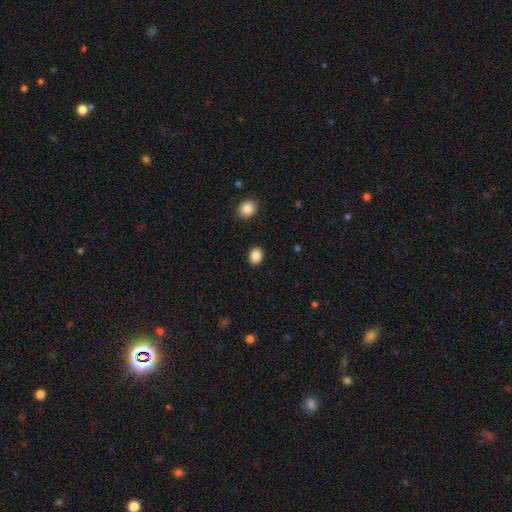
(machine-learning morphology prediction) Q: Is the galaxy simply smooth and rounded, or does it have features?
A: smooth — 87%.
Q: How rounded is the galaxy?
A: in between — 58%.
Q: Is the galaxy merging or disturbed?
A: none — 89%.